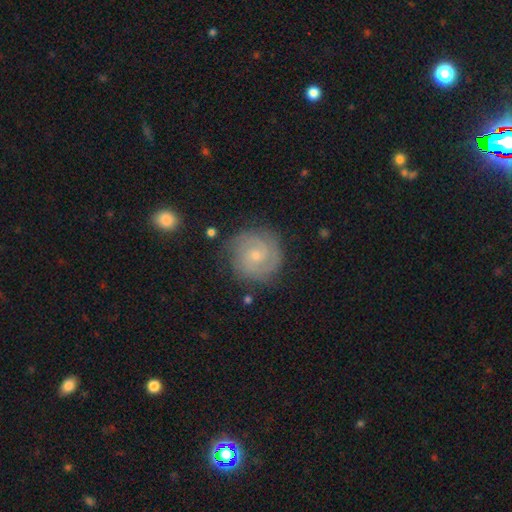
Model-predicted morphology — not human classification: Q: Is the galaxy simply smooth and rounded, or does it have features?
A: featured or disk — 83%.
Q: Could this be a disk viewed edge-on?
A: no — 98%.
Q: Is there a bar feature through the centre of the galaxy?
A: no — 66%.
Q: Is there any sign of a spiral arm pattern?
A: yes — 97%.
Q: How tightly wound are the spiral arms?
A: tight — 70%.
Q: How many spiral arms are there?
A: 2 — 62%.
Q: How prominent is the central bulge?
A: small — 70%.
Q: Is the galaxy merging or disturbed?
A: none — 82%.